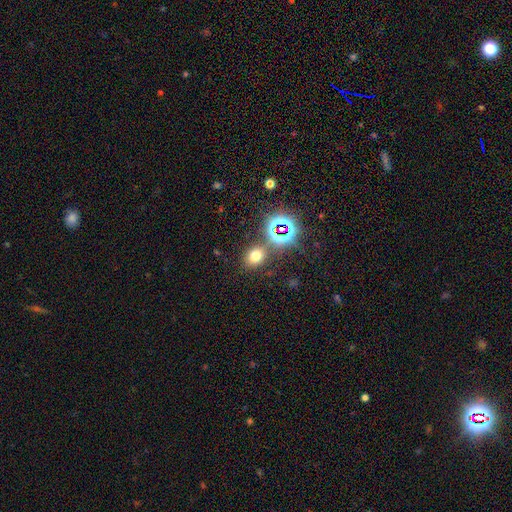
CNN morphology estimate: This appears to be a smooth galaxy with no disk features (63%) that is round (51%). Merging: none (77%).